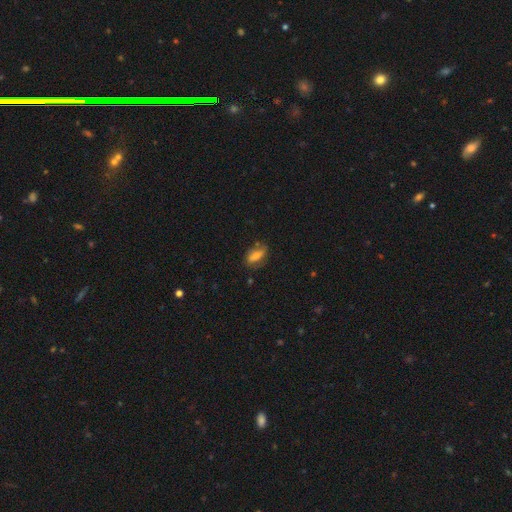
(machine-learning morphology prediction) type=smooth (66%); roundness=in between (80%); merging=none (66%).